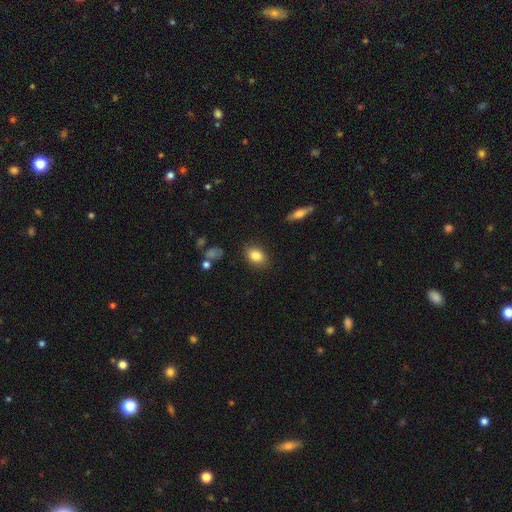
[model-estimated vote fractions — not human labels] Smooth or featured?
  - smooth: 84% *
  - star or artifact: 8%
  - featured or disk: 8%
How rounded?
  - in between: 77% *
  - round: 22%
  - cigar-shaped: 2%
Merging?
  - none: 85% *
  - minor disturbance: 11%
  - major disturbance: 3%
  - merger: 2%